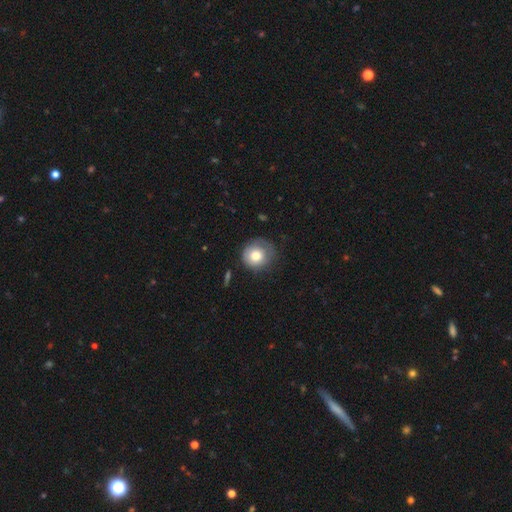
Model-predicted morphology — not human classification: The model was most divided on "merging": none: 63%, minor disturbance: 25%, major disturbance: 10%, merger: 2%. More confident: how rounded — round (84%); smooth or featured — smooth (77%).